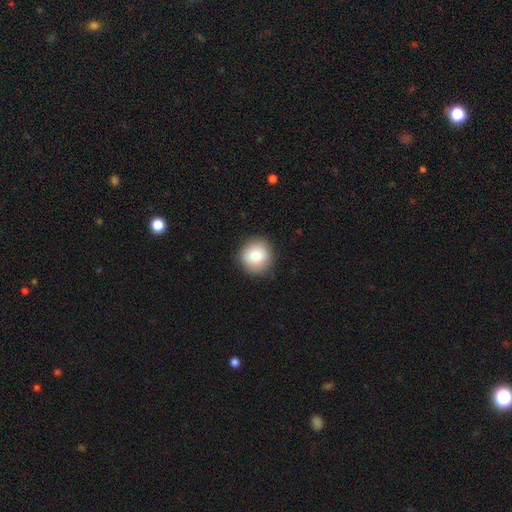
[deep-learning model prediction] A smooth galaxy with no disk features (86%) that is round (90%).

Vote fractions:
- Smooth or featured? smooth: 86% / star or artifact: 8% / featured or disk: 6%
- How rounded? round: 90% / in between: 9% / cigar-shaped: 1%
- Merging? none: 88% / minor disturbance: 9% / major disturbance: 2% / merger: 1%